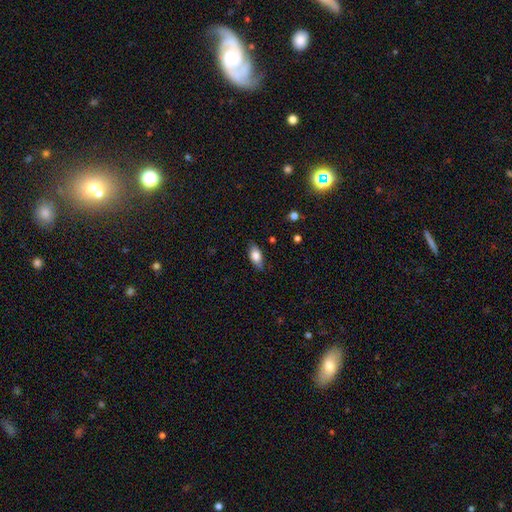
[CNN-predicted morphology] smooth 77%, featured or disk 16%, star or artifact 7%. Down the decision tree: how rounded — in between (85%); merging — none (83%).